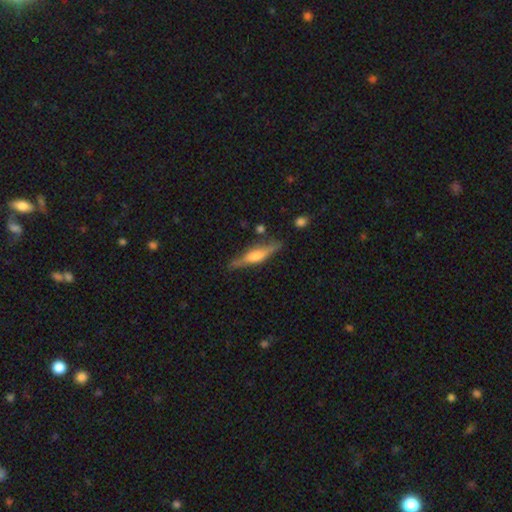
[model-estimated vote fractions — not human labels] This appears to be a featured or disk galaxy (63%) viewed edge-on (95%) with a rounded central bulge (70%). Merging: none (81%).